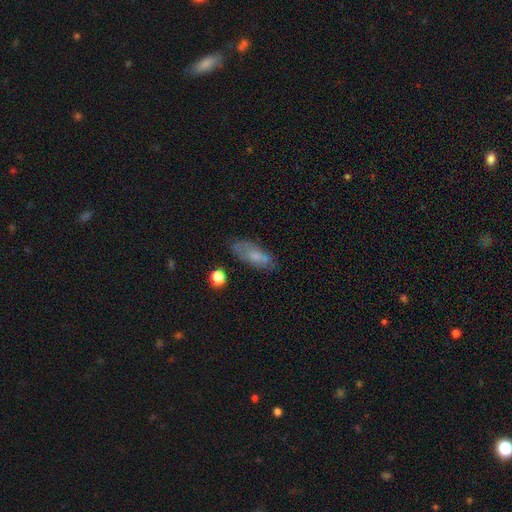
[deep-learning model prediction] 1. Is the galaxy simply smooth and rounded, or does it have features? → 61% smooth, 30% featured or disk, 10% star or artifact.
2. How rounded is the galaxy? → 74% in between, 23% cigar-shaped, 3% round.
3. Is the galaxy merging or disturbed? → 64% none, 23% minor disturbance, 8% major disturbance, 5% merger.